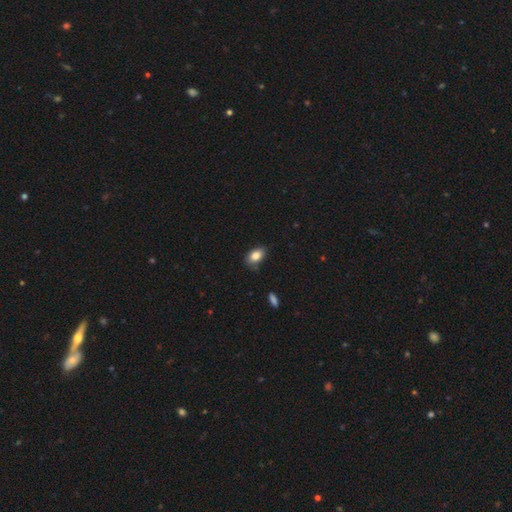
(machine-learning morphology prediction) A smooth galaxy with no disk features (84%) that is in between round and cigar-shaped (89%).

Vote fractions:
- Smooth or featured? smooth: 84% / star or artifact: 8% / featured or disk: 8%
- How rounded? in between: 89% / round: 10% / cigar-shaped: 2%
- Merging? none: 78% / minor disturbance: 18% / major disturbance: 3% / merger: 2%